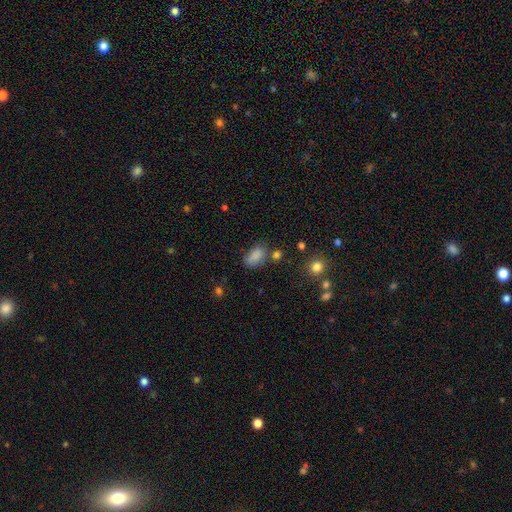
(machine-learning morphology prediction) smooth-or-featured: smooth: 84% | star or artifact: 10% | featured or disk: 6%
  how-rounded: in between: 90% | round: 7% | cigar-shaped: 3%
  merging: none: 62% | minor disturbance: 23% | merger: 8% | major disturbance: 7%